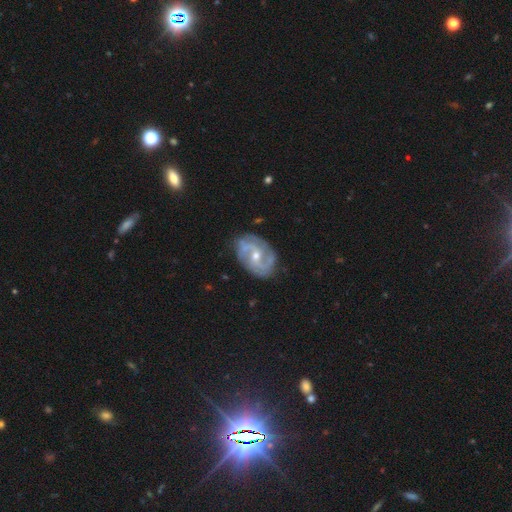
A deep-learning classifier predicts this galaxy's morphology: featured or disk 86%, smooth 8%, star or artifact 6%. Down the decision tree: edge-on disk — no (97%); bar — weak (44%); spiral arms — yes (96%); spiral arm count — 2 (60%); spiral winding — medium (47%); bulge size — moderate (53%); merging — none (76%).